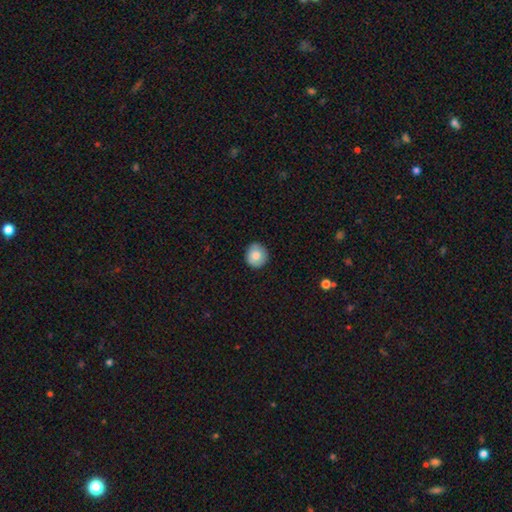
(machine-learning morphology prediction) smooth-or-featured: smooth: 83% | featured or disk: 9% | star or artifact: 8%
  how-rounded: round: 90% | in between: 9% | cigar-shaped: 1%
  merging: none: 86% | minor disturbance: 11% | major disturbance: 2% | merger: 1%